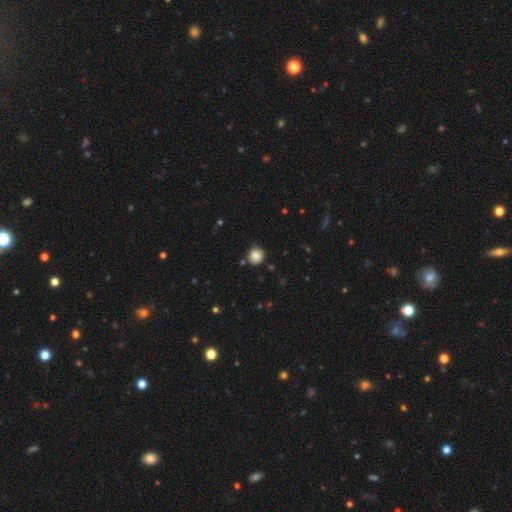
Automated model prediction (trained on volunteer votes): The model was most divided on "merging": none: 85%, minor disturbance: 10%, merger: 3%, major disturbance: 2%. More confident: how rounded — round (91%); smooth or featured — smooth (85%).